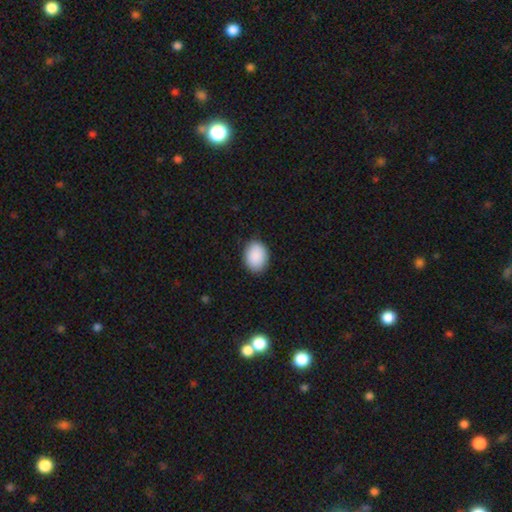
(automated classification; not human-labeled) Smooth or featured?
  - smooth: 91% *
  - star or artifact: 7%
  - featured or disk: 3%
How rounded?
  - in between: 69% *
  - round: 30%
  - cigar-shaped: 1%
Merging?
  - none: 87% *
  - minor disturbance: 10%
  - major disturbance: 2%
  - merger: 1%